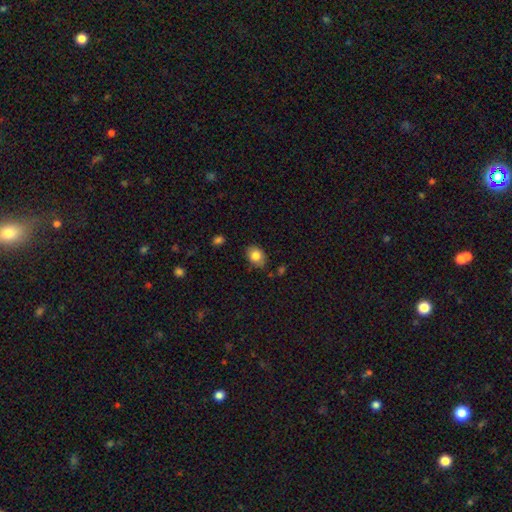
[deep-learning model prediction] Smooth or featured: smooth — 82% (star or artifact — 9%)
How rounded: in between — 64% (round — 35%)
Merging: none — 77% (minor disturbance — 18%)